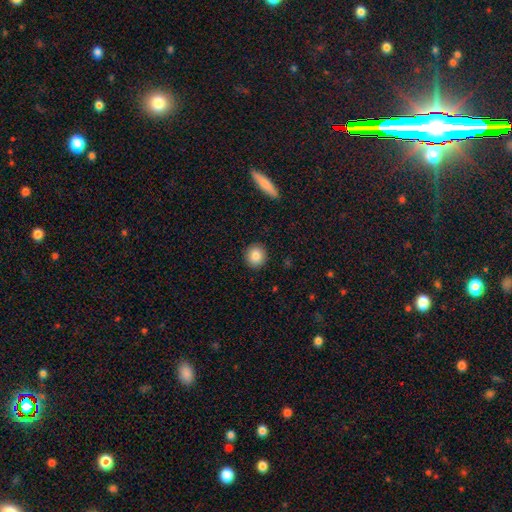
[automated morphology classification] Q: Smooth or featured?
A: smooth (86%); runner-up: star or artifact (8%)
Q: How rounded?
A: round (88%); runner-up: in between (11%)
Q: Merging?
A: none (91%); runner-up: minor disturbance (6%)